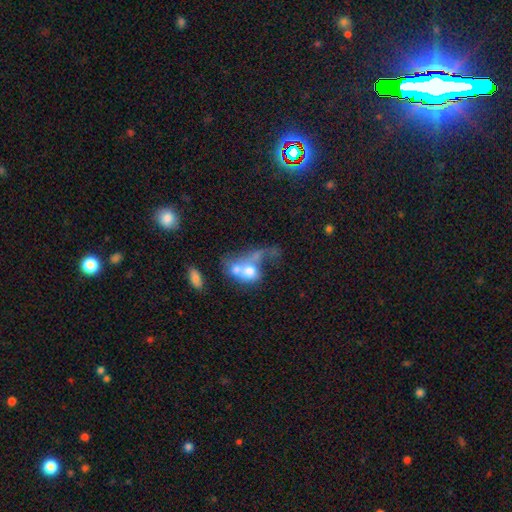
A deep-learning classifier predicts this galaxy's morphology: Smooth or featured? smooth (46%)
Merging? merger (59%)